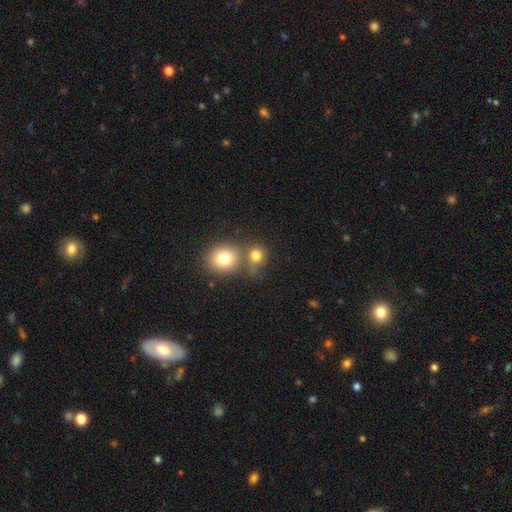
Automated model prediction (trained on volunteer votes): This is likely a smooth galaxy (80%). How rounded: clearly round (81%). Merging: possibly none (51%).